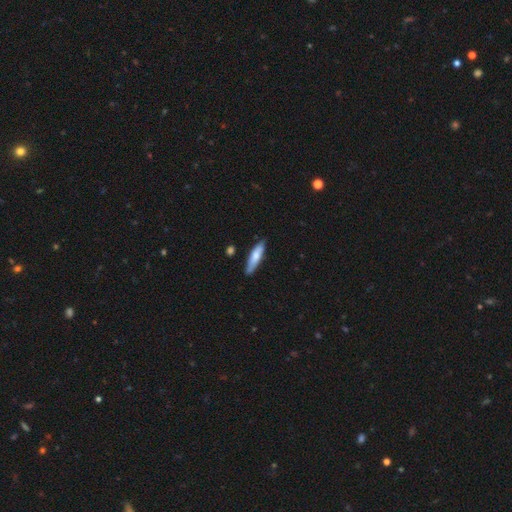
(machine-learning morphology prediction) Smooth or featured? smooth (69%)
How rounded? cigar-shaped (76%)
Merging? none (81%)